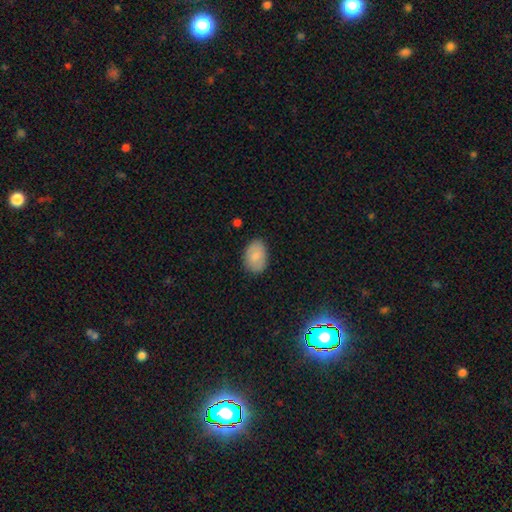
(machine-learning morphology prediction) Smooth or featured? Predicted: smooth (p=0.80). How rounded? Predicted: in between (p=0.82). Merging? Predicted: none (p=0.83).